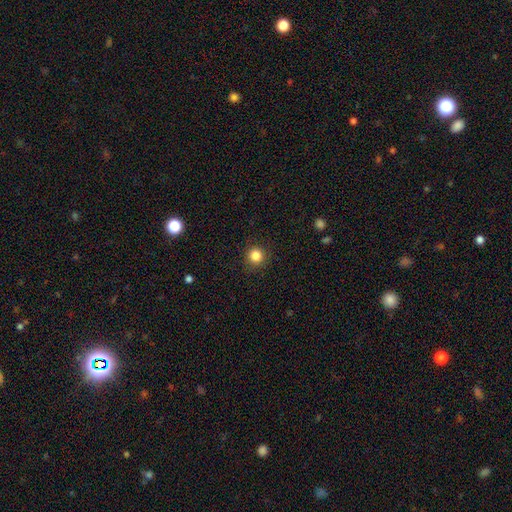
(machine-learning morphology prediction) This is clearly a smooth galaxy (84%). How rounded: clearly round (94%). Merging: clearly none (91%).